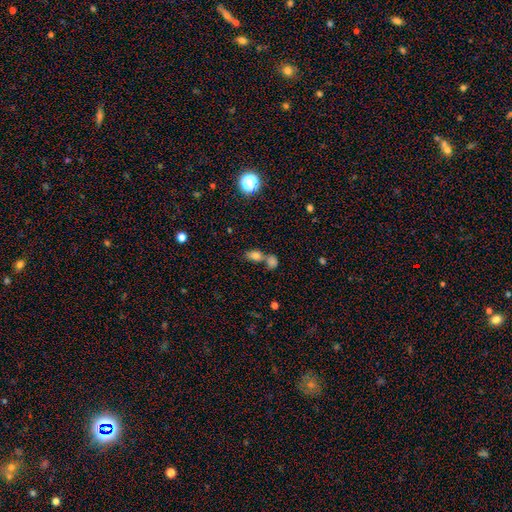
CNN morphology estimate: Smooth or featured? smooth (77%)
How rounded? in between (80%)
Merging? merger (46%)